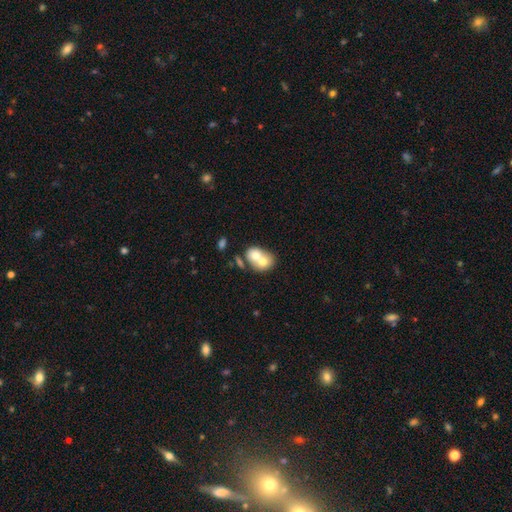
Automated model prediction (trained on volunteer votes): smooth 62%, featured or disk 30%, star or artifact 8%. Down the decision tree: how rounded — round (51%); merging — merger (72%).